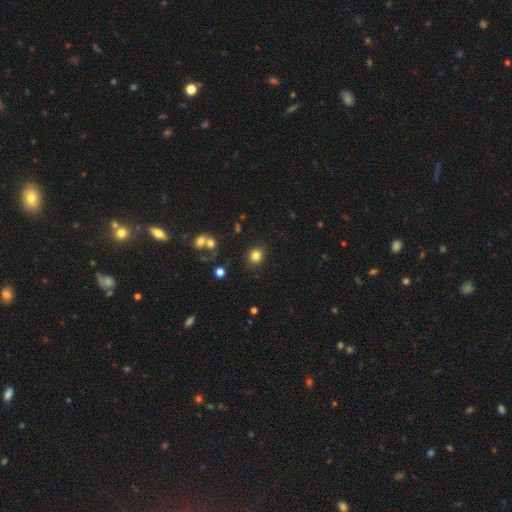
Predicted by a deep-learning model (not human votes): The model was most divided on "how rounded": round: 80%, in between: 19%, cigar-shaped: 1%. More confident: merging — none (87%); smooth or featured — smooth (82%).